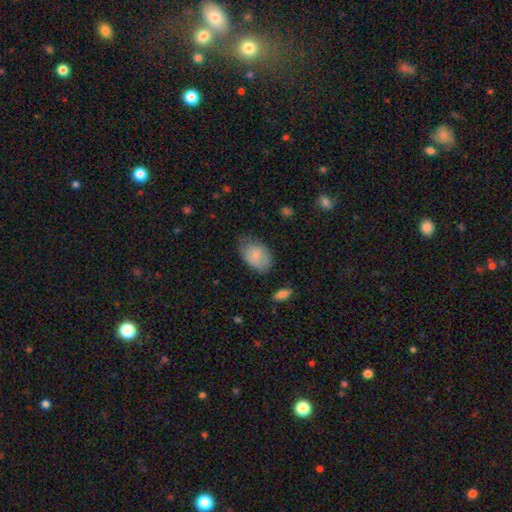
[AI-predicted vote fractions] A smooth galaxy with no disk features (76%) that is in between round and cigar-shaped (88%).

Vote fractions:
- Smooth or featured? smooth: 76% / featured or disk: 17% / star or artifact: 7%
- How rounded? in between: 88% / round: 11% / cigar-shaped: 1%
- Merging? none: 60% / minor disturbance: 30% / major disturbance: 8% / merger: 2%